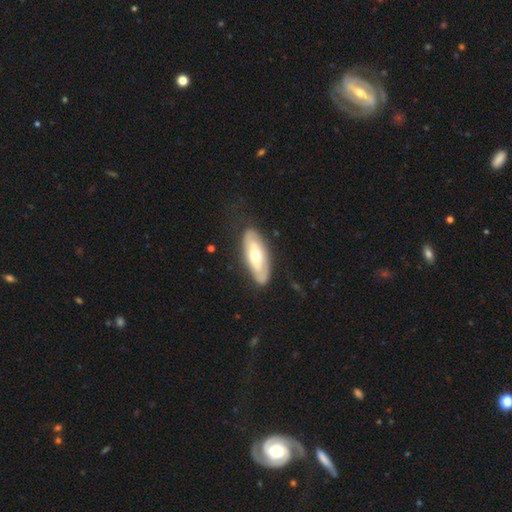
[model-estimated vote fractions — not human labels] smooth-or-featured: featured or disk: 50% | smooth: 45% | star or artifact: 5%
  merging: none: 79% | minor disturbance: 15% | major disturbance: 5% | merger: 1%